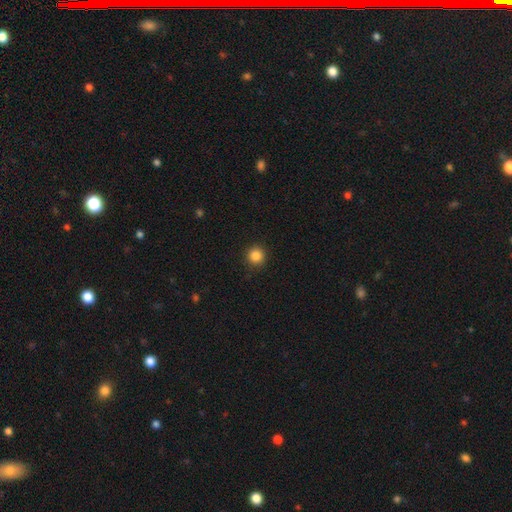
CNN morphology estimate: This is clearly a smooth galaxy (86%). How rounded: clearly round (95%). Merging: clearly none (92%).